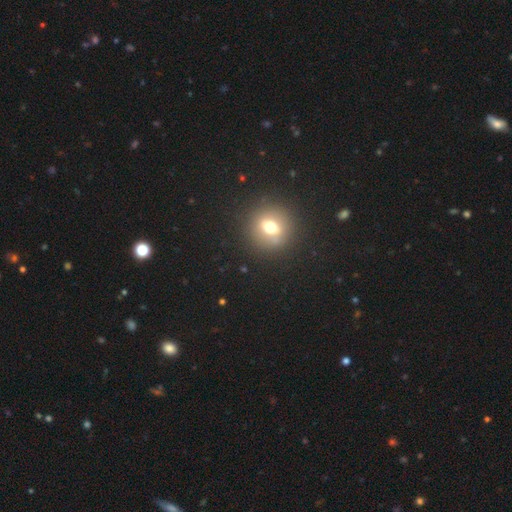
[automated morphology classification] Smooth or featured? Predicted: smooth (p=0.59). How rounded? Predicted: round (p=0.95). Merging? Predicted: none (p=0.93).